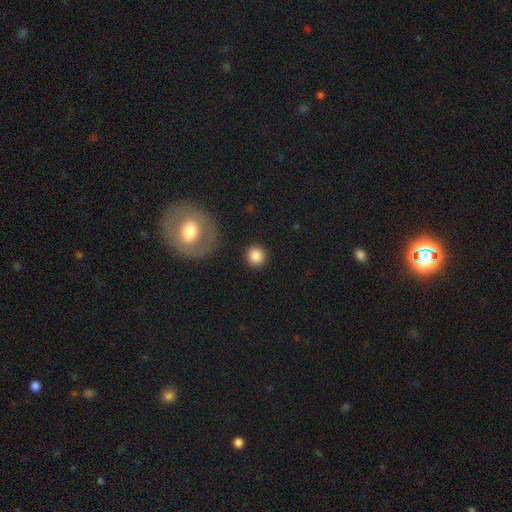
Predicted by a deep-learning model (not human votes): Smooth or featured: smooth — 86% (star or artifact — 9%)
How rounded: round — 93% (in between — 6%)
Merging: none — 90% (minor disturbance — 6%)